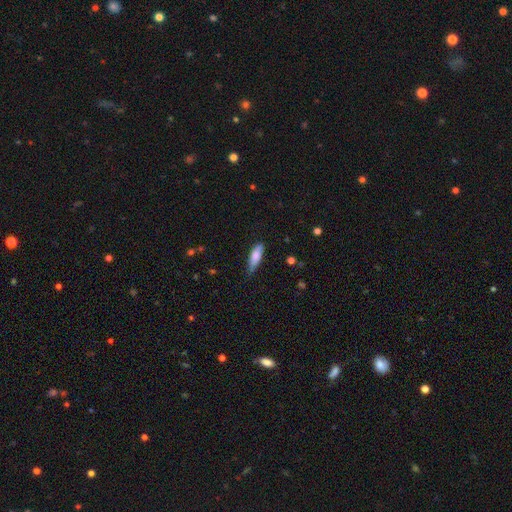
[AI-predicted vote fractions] Q: Smooth or featured?
A: smooth (76%); runner-up: featured or disk (18%)
Q: How rounded?
A: in between (52%); runner-up: cigar-shaped (46%)
Q: Merging?
A: none (63%); runner-up: minor disturbance (31%)